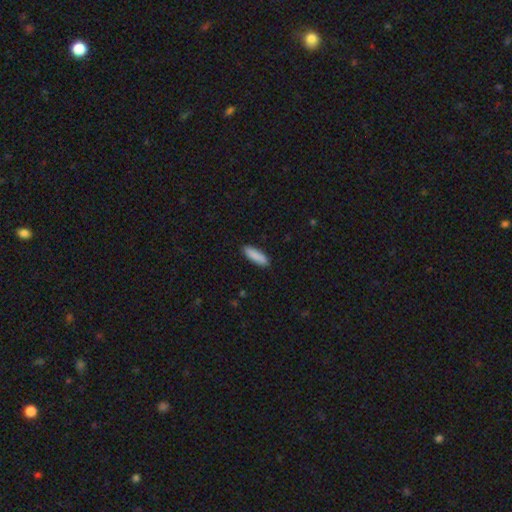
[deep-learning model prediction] The model was most divided on "how rounded": cigar-shaped: 53%, in between: 46%, round: 2%. More confident: smooth or featured — smooth (89%); merging — none (89%).